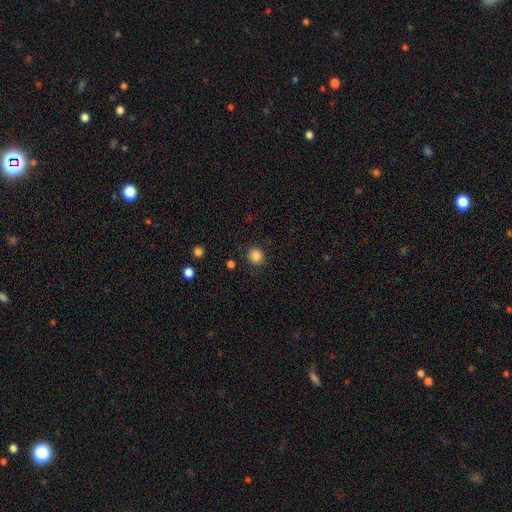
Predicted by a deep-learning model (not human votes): This is clearly a smooth galaxy (85%). How rounded: clearly round (84%). Merging: clearly none (88%).